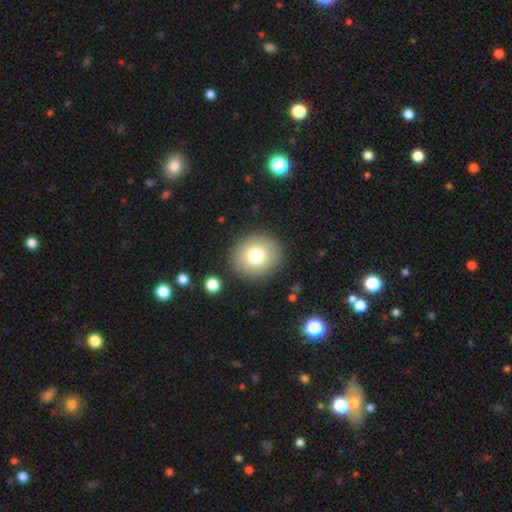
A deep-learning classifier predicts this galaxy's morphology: Smooth or featured? Predicted: smooth (p=0.77). How rounded? Predicted: round (p=0.89). Merging? Predicted: none (p=0.90).